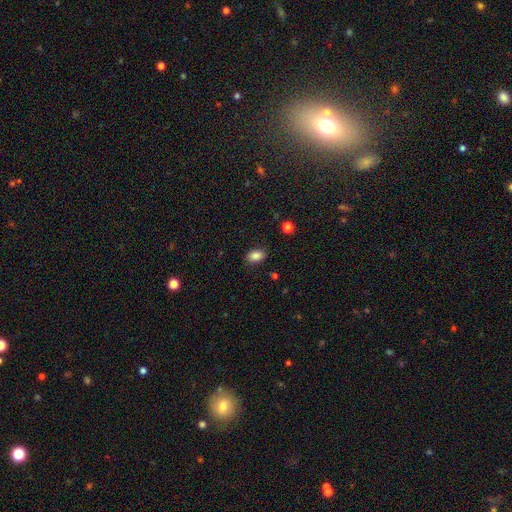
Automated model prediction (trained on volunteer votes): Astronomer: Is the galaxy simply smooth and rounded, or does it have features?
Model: smooth — 85%.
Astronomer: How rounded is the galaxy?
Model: in between — 86%.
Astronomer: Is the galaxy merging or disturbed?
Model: none — 85%.